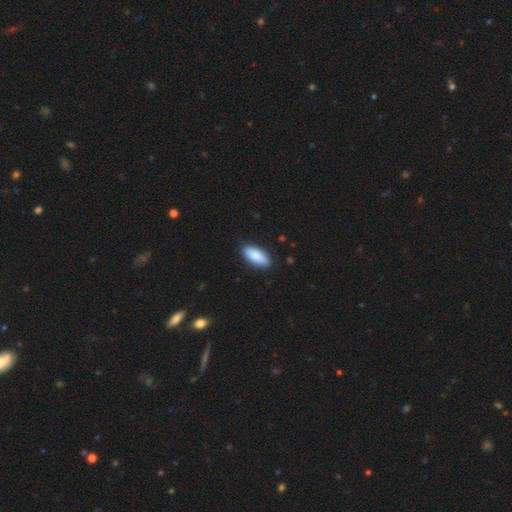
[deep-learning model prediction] Q: Smooth or featured?
A: smooth (87%); runner-up: featured or disk (7%)
Q: How rounded?
A: in between (86%); runner-up: cigar-shaped (12%)
Q: Merging?
A: none (86%); runner-up: minor disturbance (11%)